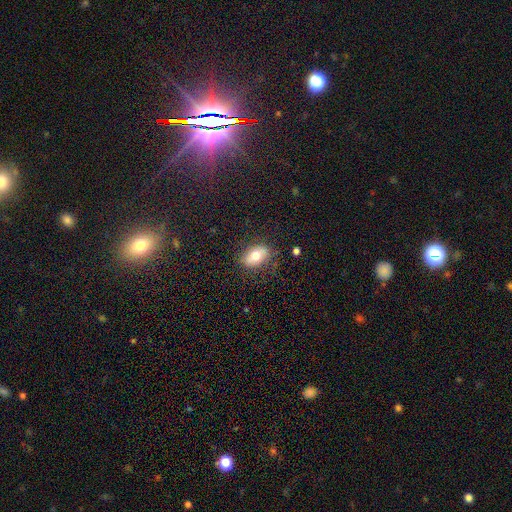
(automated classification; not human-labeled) Overall: smooth (72%). How rounded: in between (88%). Merging: none (79%).